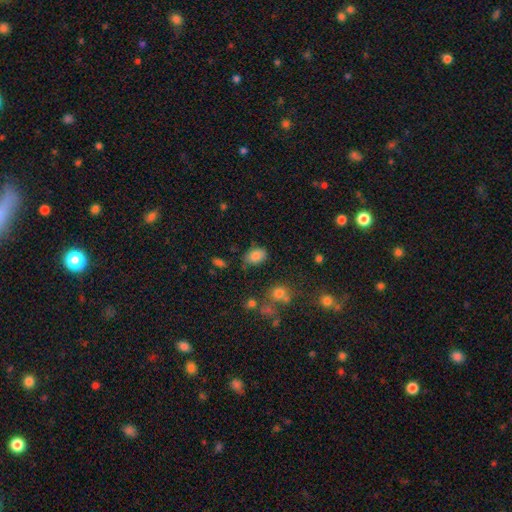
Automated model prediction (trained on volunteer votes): Smooth or featured: smooth — 83% (star or artifact — 11%)
How rounded: in between — 80% (round — 18%)
Merging: none — 71% (minor disturbance — 19%)